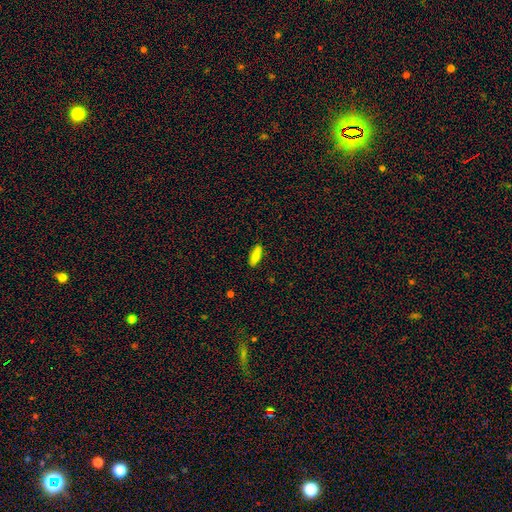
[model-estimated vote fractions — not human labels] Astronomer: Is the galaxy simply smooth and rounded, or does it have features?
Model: smooth — 82%.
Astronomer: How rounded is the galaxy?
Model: in between — 70%.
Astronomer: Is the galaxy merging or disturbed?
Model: none — 86%.